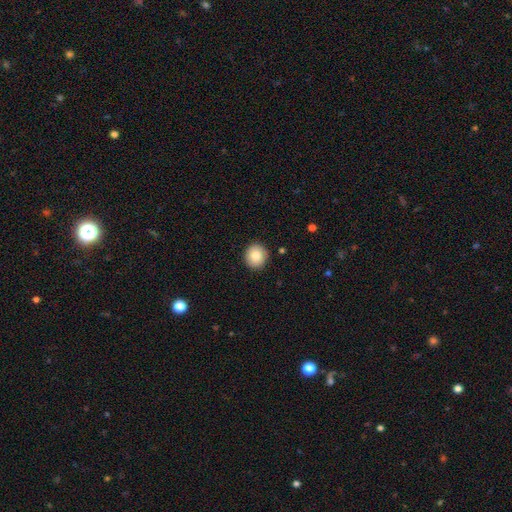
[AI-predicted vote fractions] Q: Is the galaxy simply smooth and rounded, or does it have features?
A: smooth — 85%.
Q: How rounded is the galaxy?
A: round — 86%.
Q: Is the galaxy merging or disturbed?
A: none — 90%.